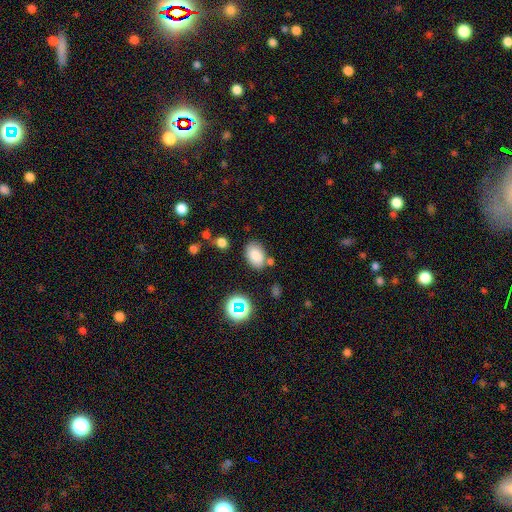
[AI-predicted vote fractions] Q: Smooth or featured?
A: smooth (80%); runner-up: star or artifact (11%)
Q: How rounded?
A: in between (87%); runner-up: round (11%)
Q: Merging?
A: none (75%); runner-up: minor disturbance (14%)